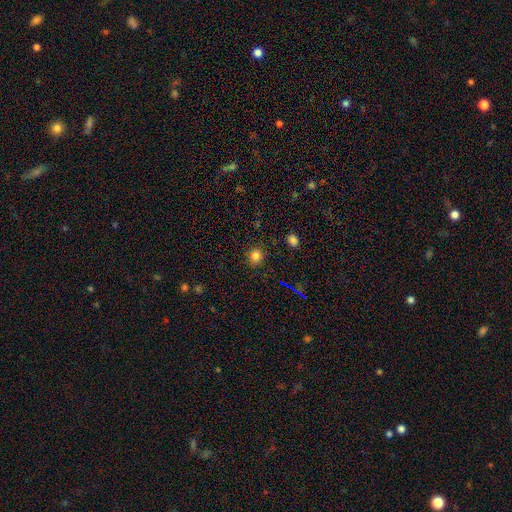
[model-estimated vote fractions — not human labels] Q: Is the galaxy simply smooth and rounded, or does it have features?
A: smooth — 81%.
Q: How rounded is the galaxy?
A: round — 85%.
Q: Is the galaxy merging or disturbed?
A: none — 88%.